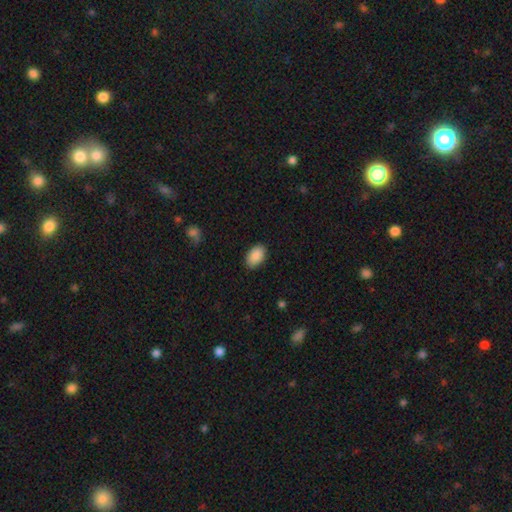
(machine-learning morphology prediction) Overall: smooth (90%). How rounded: in between (91%). Merging: none (87%).